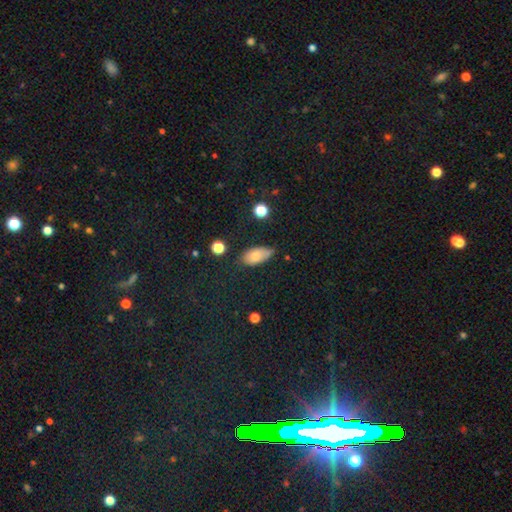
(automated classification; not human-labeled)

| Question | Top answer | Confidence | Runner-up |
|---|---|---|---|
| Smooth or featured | smooth | 77% | featured or disk (14%) |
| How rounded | in between | 91% | cigar-shaped (5%) |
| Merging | none | 65% | minor disturbance (28%) |